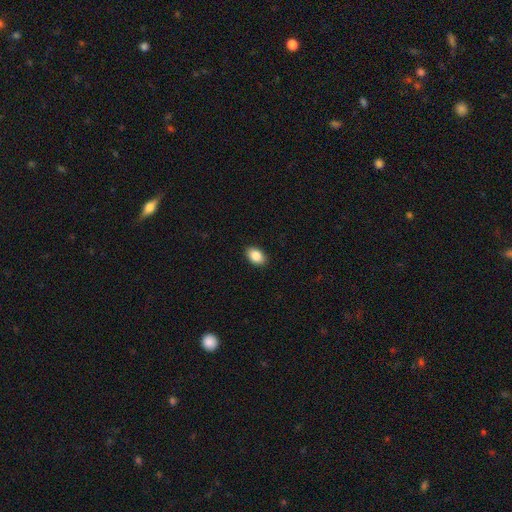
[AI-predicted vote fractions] Smooth or featured: smooth — 87% (star or artifact — 7%)
How rounded: in between — 88% (round — 11%)
Merging: none — 90% (minor disturbance — 7%)